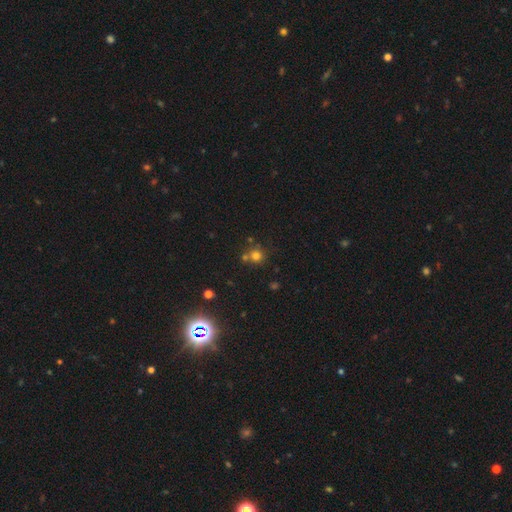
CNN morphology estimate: Smooth or featured? smooth (71%)
How rounded? round (90%)
Merging? none (63%)